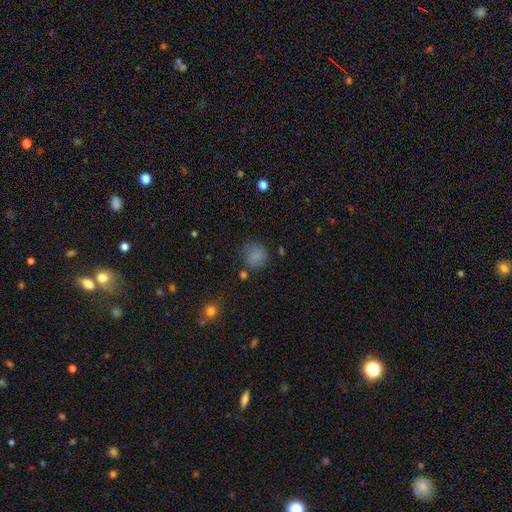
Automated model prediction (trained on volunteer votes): Smooth or featured?
  - smooth: 82% *
  - star or artifact: 12%
  - featured or disk: 6%
How rounded?
  - round: 87% *
  - in between: 12%
  - cigar-shaped: 1%
Merging?
  - none: 74% *
  - minor disturbance: 16%
  - major disturbance: 6%
  - merger: 4%